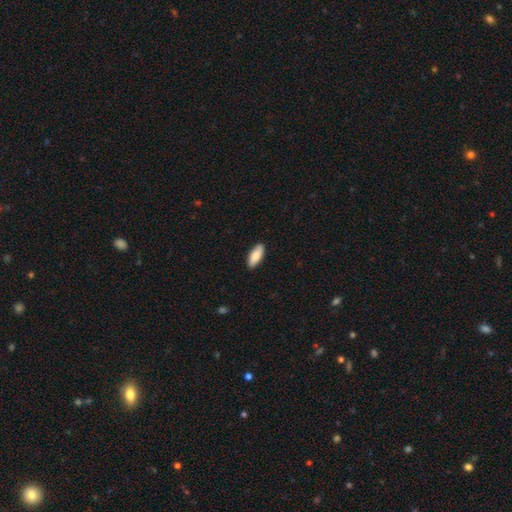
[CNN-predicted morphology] Overall: smooth (84%). How rounded: in between (75%). Merging: none (88%).